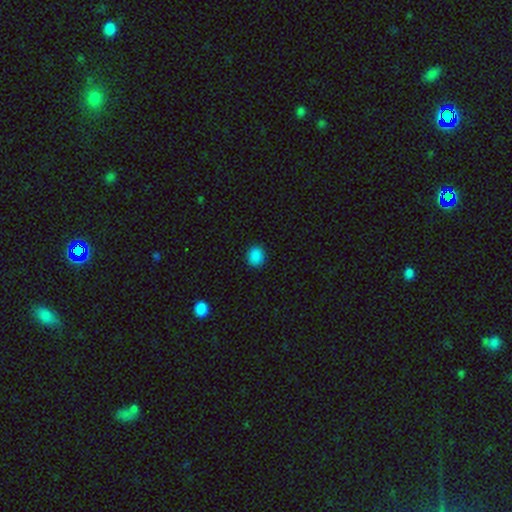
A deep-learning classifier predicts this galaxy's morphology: Smooth or featured? Predicted: smooth (p=0.87). How rounded? Predicted: round (p=0.72). Merging? Predicted: none (p=0.90).